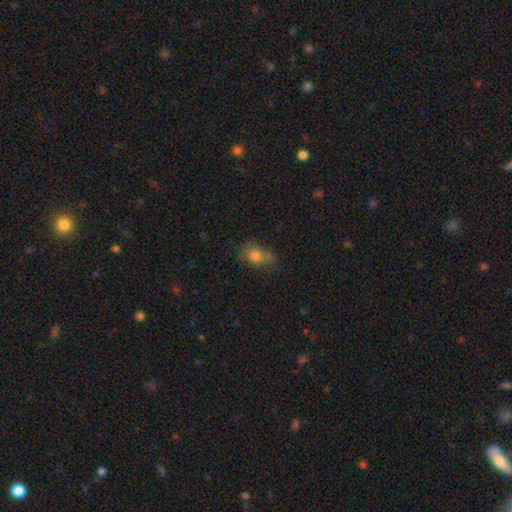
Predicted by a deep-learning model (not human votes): Smooth or featured: smooth — 75% (featured or disk — 13%)
How rounded: in between — 60% (round — 38%)
Merging: none — 53% (minor disturbance — 27%)